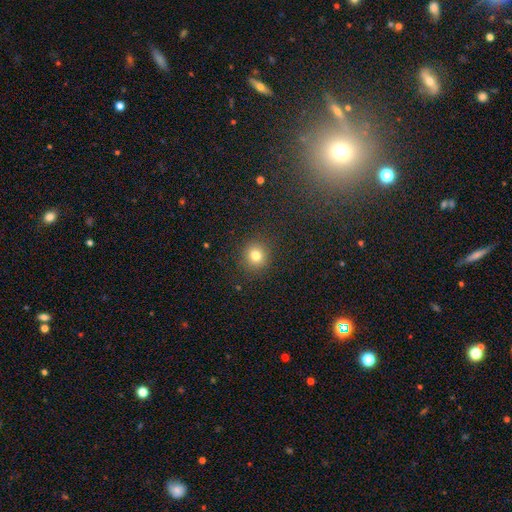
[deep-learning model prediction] This is likely a smooth galaxy (80%). How rounded: clearly round (88%). Merging: clearly none (90%).